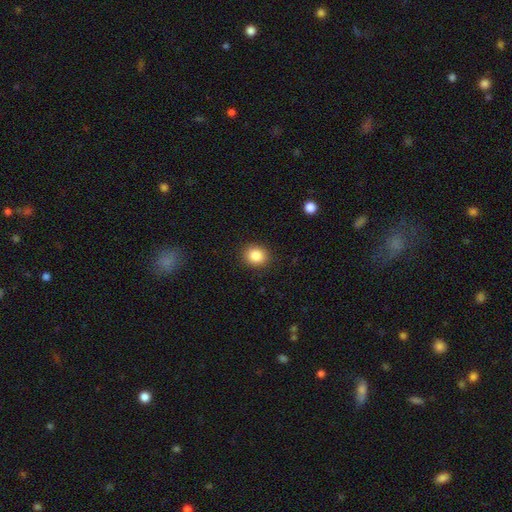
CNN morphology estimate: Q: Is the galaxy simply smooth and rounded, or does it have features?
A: smooth — 86%.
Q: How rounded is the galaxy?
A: round — 71%.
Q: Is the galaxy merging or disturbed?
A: none — 90%.